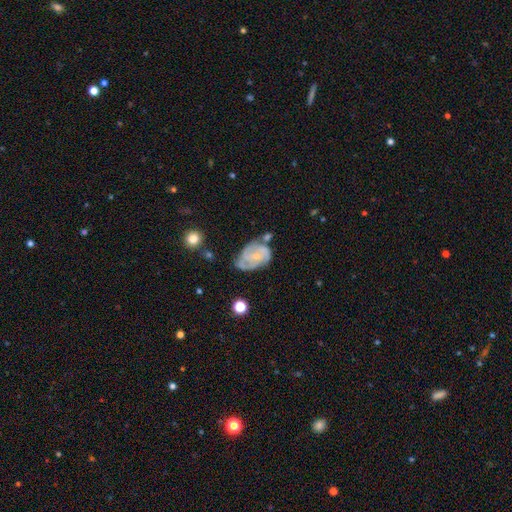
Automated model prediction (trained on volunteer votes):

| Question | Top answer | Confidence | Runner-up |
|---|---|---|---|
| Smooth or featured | featured or disk | 74% | smooth (19%) |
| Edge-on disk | no | 97% | yes (3%) |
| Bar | no | 63% | weak (31%) |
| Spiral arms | yes | 83% | no (17%) |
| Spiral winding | tight | 50% | medium (37%) |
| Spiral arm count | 2 | 35% | can't tell (32%) |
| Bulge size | small | 65% | moderate (29%) |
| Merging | none | 39% | minor disturbance (32%) |